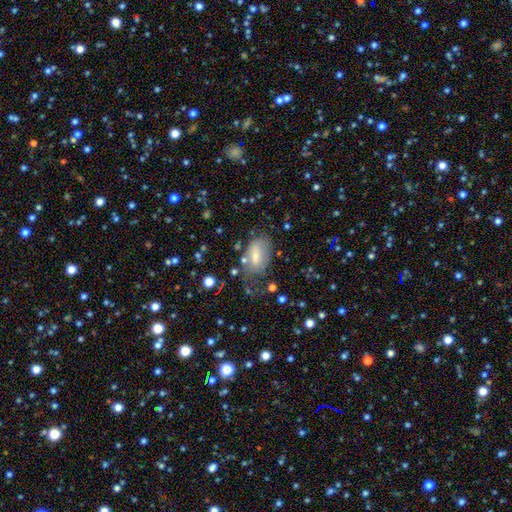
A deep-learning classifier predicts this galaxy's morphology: The model was most divided on "merging": none: 46%, minor disturbance: 27%, major disturbance: 20%, merger: 6%. More confident: how rounded — in between (91%); smooth or featured — smooth (64%).